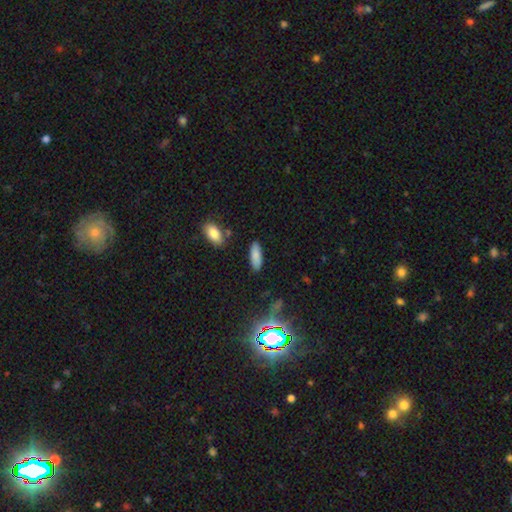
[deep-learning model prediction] A smooth galaxy with no disk features (83%) that is in between round and cigar-shaped (66%). Merging: none (85%).